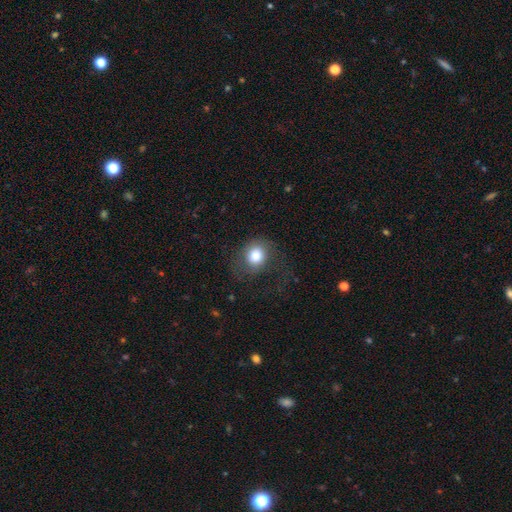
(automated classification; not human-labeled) Smooth or featured? Predicted: smooth (p=0.78). How rounded? Predicted: round (p=0.67). Merging? Predicted: none (p=0.56).